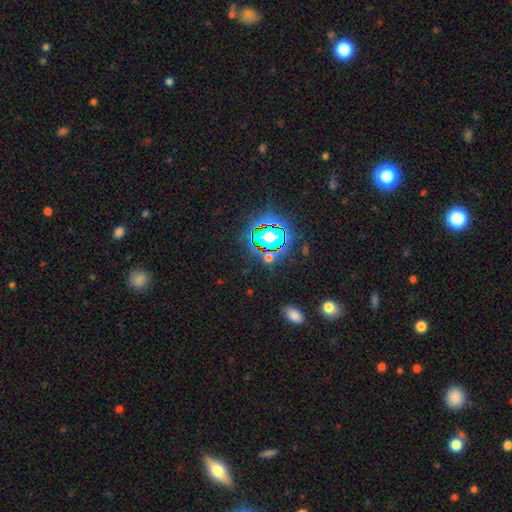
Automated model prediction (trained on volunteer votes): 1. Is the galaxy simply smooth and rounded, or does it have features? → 76% star or artifact, 15% smooth, 9% featured or disk.